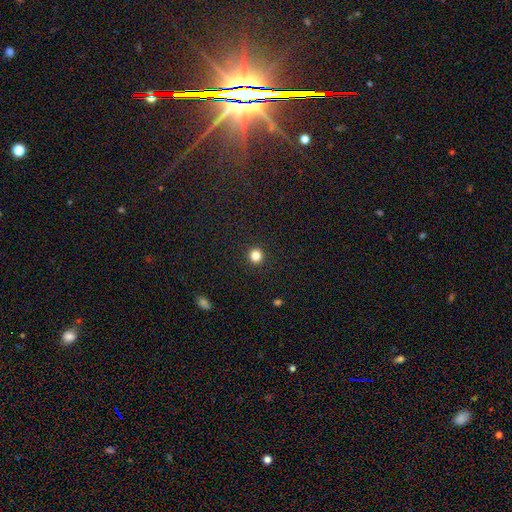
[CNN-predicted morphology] A smooth galaxy with no disk features (84%) that is round (94%).

Vote fractions:
- Smooth or featured? smooth: 84% / star or artifact: 12% / featured or disk: 4%
- How rounded? round: 94% / in between: 5% / cigar-shaped: 1%
- Merging? none: 93% / minor disturbance: 4% / major disturbance: 2% / merger: 1%